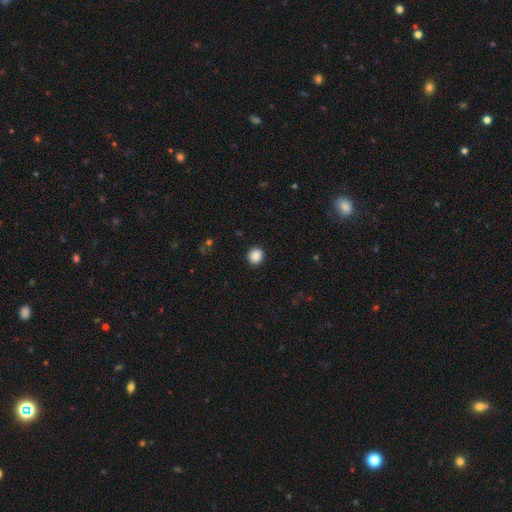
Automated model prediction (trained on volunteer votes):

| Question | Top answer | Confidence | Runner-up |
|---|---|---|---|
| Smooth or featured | smooth | 88% | star or artifact (9%) |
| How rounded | round | 85% | in between (14%) |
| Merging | none | 91% | minor disturbance (6%) |